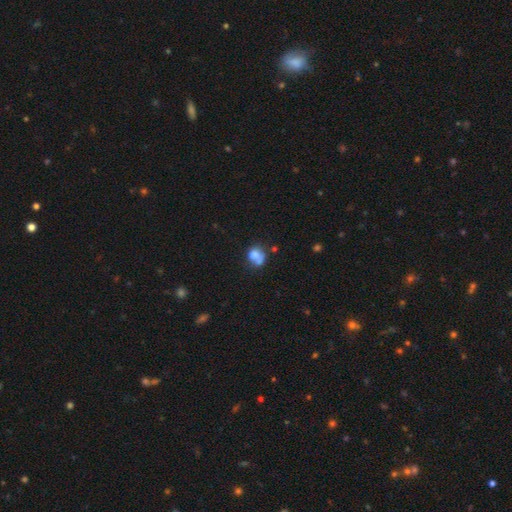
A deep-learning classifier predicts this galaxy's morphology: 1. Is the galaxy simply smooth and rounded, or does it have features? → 71% smooth, 18% featured or disk, 10% star or artifact.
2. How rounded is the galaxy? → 65% round, 34% in between, 1% cigar-shaped.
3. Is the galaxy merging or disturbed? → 36% merger, 34% none, 18% minor disturbance, 12% major disturbance.